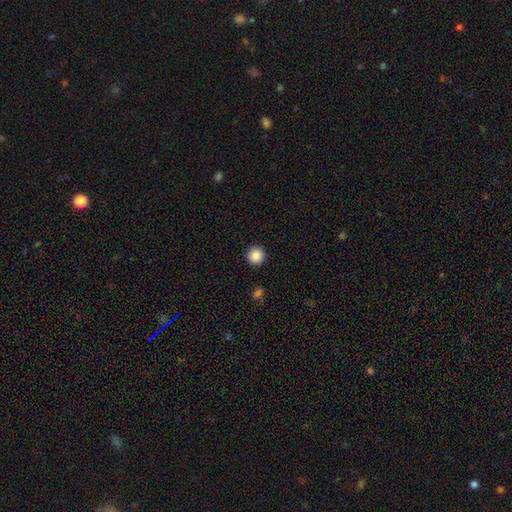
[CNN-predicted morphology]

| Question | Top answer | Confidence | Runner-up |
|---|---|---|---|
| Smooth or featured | smooth | 86% | star or artifact (9%) |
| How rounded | round | 96% | in between (3%) |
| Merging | none | 93% | minor disturbance (4%) |